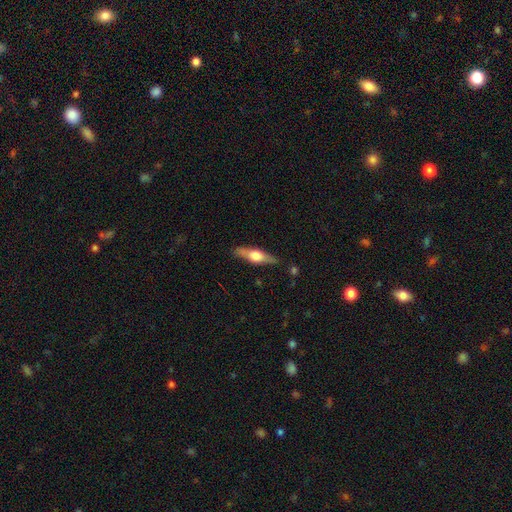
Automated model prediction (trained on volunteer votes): This is likely a featured or disk galaxy (62%). It is clearly viewed edge-on (94%). Edge-on bulge: clearly rounded (91%). Merging: clearly none (83%).